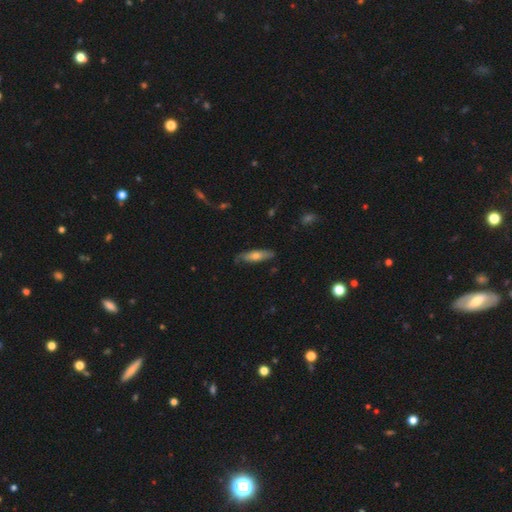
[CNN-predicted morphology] This appears to be a smooth galaxy with no disk features (55%) that is cigar-shaped (65%). Merging: none (75%).